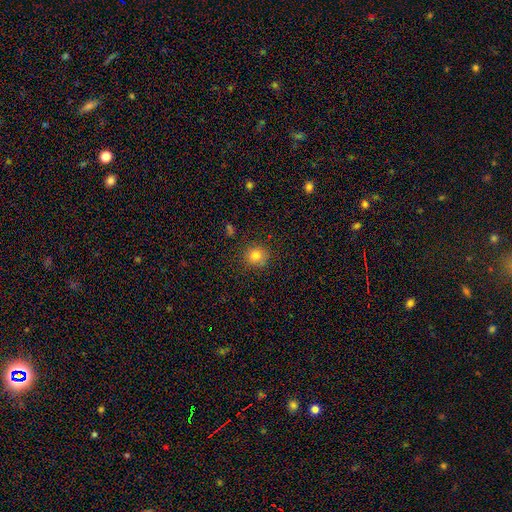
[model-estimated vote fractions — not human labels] smooth 82%, star or artifact 12%, featured or disk 6%. Down the decision tree: how rounded — round (91%); merging — none (86%).